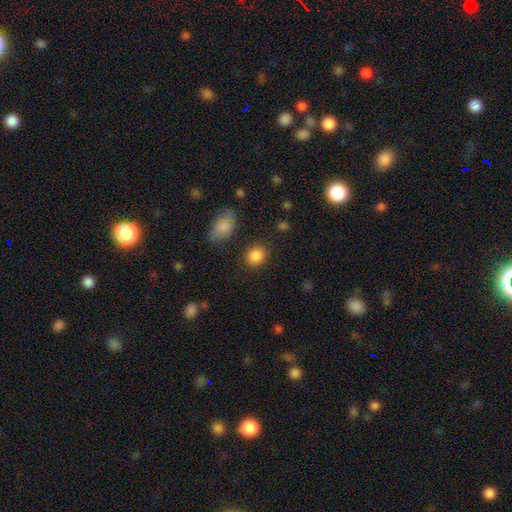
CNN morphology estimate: This appears to be a smooth galaxy with no disk features (86%) that is round (74%). Merging: none (85%).